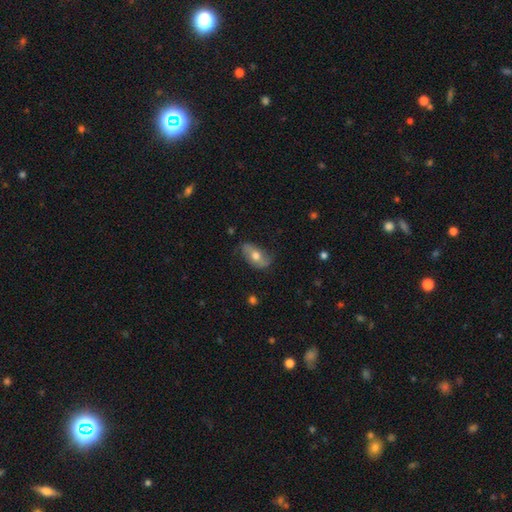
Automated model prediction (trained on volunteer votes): This is possibly a smooth galaxy (49%). Merging: likely none (67%).